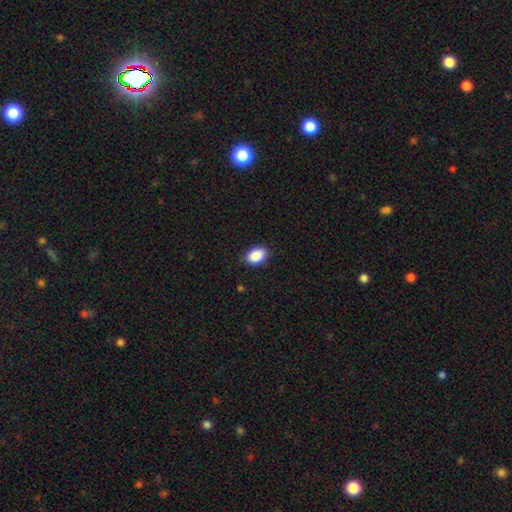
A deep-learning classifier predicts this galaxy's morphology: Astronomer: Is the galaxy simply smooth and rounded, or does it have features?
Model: smooth — 89%.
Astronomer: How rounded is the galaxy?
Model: in between — 84%.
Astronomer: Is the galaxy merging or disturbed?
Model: none — 84%.